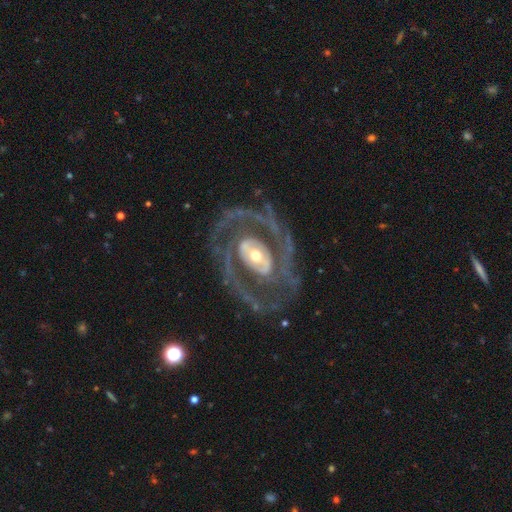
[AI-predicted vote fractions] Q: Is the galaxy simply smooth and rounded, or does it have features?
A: featured or disk — 89%.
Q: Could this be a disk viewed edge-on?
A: no — 96%.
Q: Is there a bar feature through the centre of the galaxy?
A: no — 42%.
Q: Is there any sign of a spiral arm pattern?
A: yes — 89%.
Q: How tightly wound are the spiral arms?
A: medium — 45%.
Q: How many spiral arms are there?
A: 2 — 61%.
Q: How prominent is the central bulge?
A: moderate — 57%.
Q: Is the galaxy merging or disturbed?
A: none — 64%.